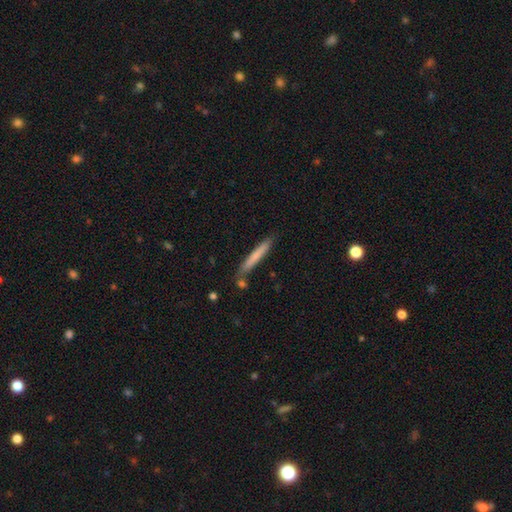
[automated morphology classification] smooth_or_featured: smooth (p=0.68) [alt: featured or disk p=0.26]
how_rounded: cigar-shaped (p=0.96) [alt: in between p=0.03]
merging: none (p=0.81) [alt: minor disturbance p=0.12]